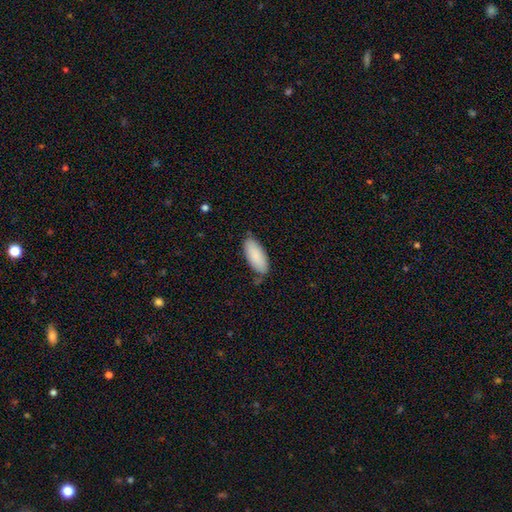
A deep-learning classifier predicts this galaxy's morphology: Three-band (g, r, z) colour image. It shows a smooth galaxy with no disk features (88%) that is in between round and cigar-shaped (82%). Merging: none (75%).